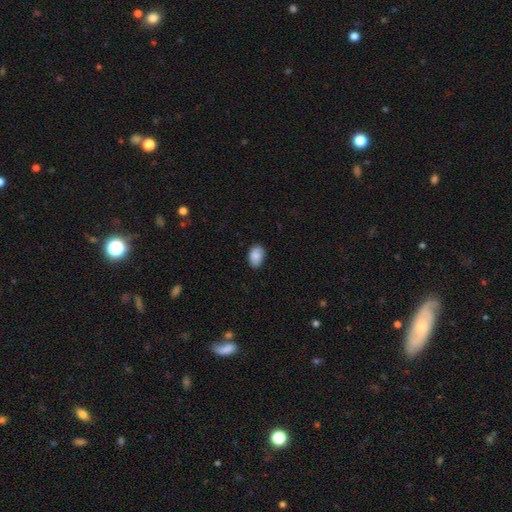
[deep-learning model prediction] smooth 88%, star or artifact 7%, featured or disk 5%. Down the decision tree: how rounded — in between (85%); merging — none (83%).